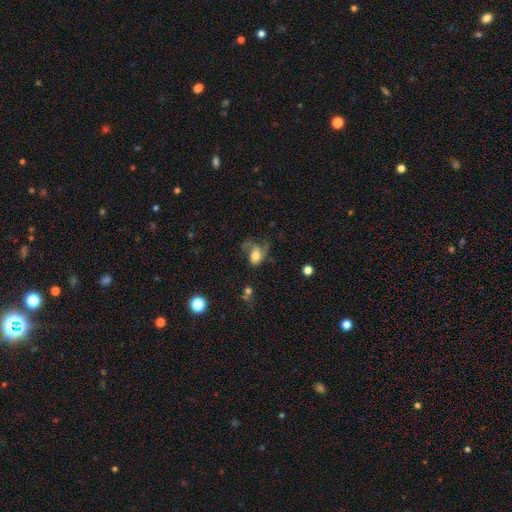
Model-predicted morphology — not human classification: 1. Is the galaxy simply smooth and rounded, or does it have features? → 53% smooth, 37% featured or disk, 11% star or artifact.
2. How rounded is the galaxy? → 69% in between, 30% round, 2% cigar-shaped.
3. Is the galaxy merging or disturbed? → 43% major disturbance, 30% none, 22% minor disturbance, 5% merger.